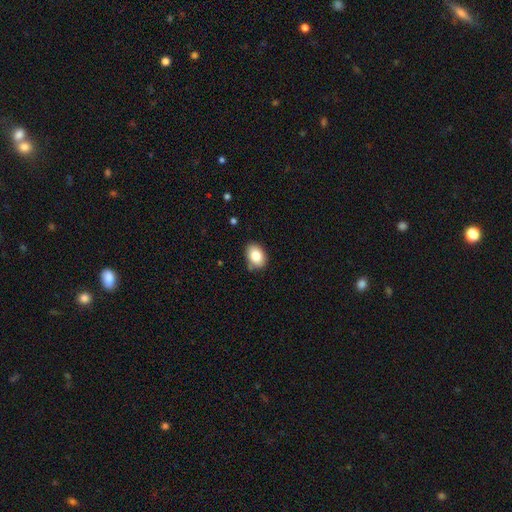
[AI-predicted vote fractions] Smooth or featured?
  - smooth: 84% *
  - featured or disk: 8%
  - star or artifact: 8%
How rounded?
  - in between: 78% *
  - round: 21%
  - cigar-shaped: 1%
Merging?
  - none: 81% *
  - minor disturbance: 14%
  - merger: 3%
  - major disturbance: 3%